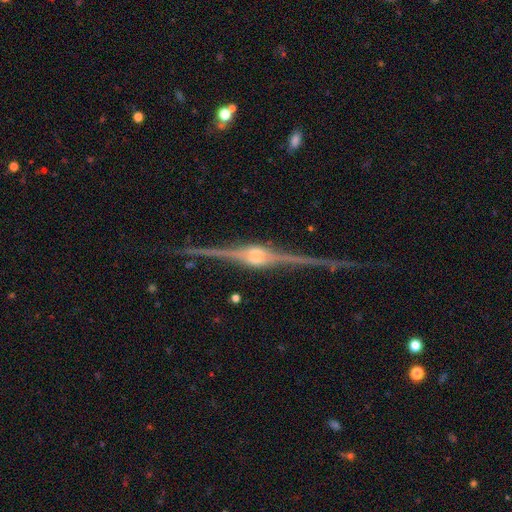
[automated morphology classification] This is clearly a featured or disk galaxy (91%). It is clearly viewed edge-on (98%). Edge-on bulge: clearly rounded (86%). Merging: clearly none (86%).